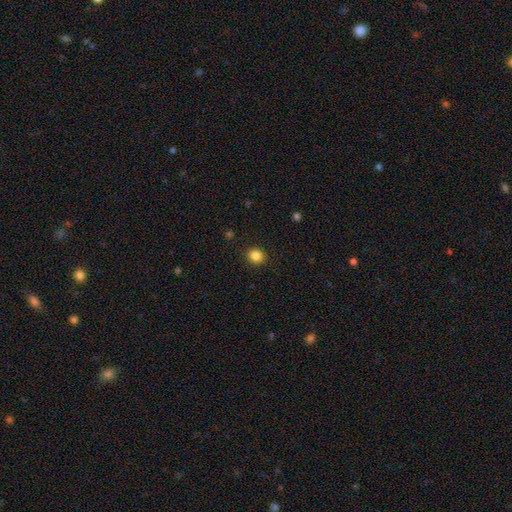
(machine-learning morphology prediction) Smooth or featured? Predicted: smooth (p=0.85). How rounded? Predicted: round (p=0.79). Merging? Predicted: none (p=0.91).